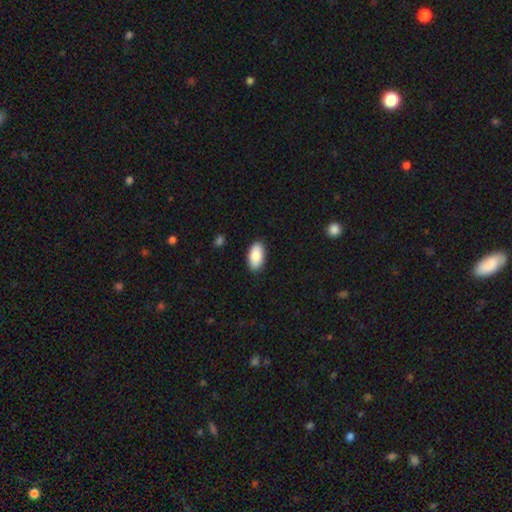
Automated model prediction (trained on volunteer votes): Overall: smooth (86%). How rounded: in between (94%). Merging: none (88%).